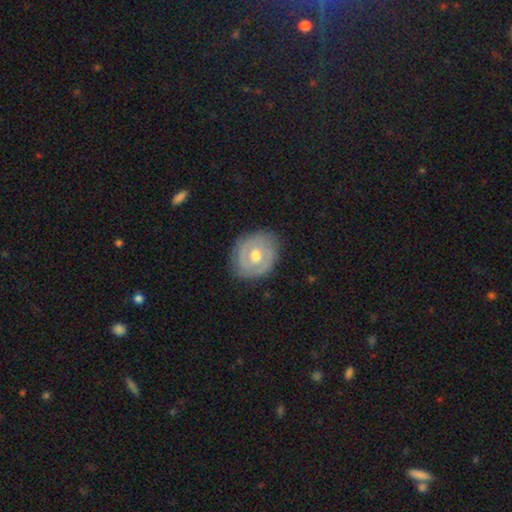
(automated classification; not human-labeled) Q: Smooth or featured?
A: featured or disk (66%); runner-up: smooth (28%)
Q: Edge-on disk?
A: no (96%); runner-up: yes (4%)
Q: Bar?
A: no (68%); runner-up: weak (26%)
Q: Spiral arms?
A: yes (63%); runner-up: no (37%)
Q: Bulge size?
A: moderate (79%); runner-up: small (13%)
Q: Merging?
A: none (81%); runner-up: minor disturbance (14%)